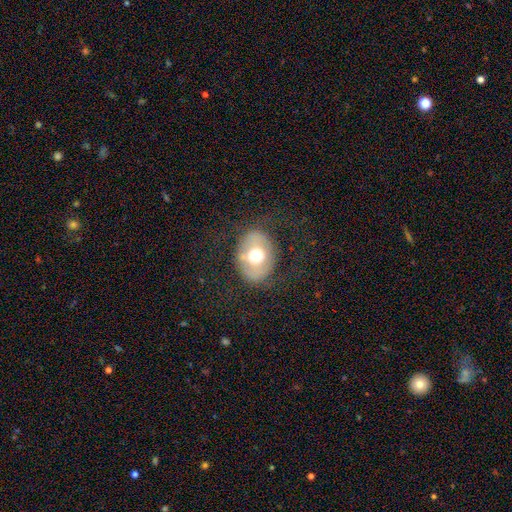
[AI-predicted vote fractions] Smooth or featured? Predicted: smooth (p=0.51). How rounded? Predicted: in between (p=0.59). Merging? Predicted: none (p=0.71).